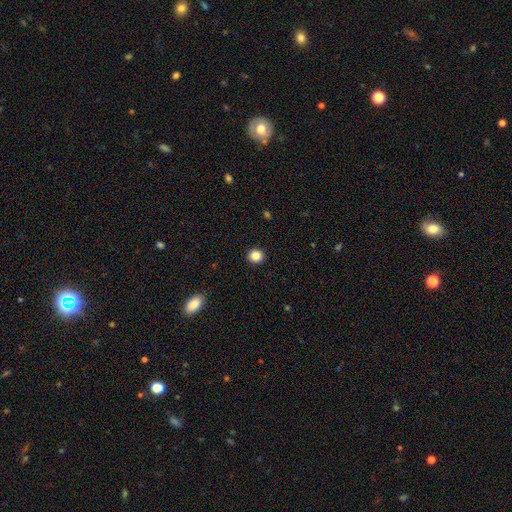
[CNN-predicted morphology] A smooth galaxy with no disk features (85%) that is round (87%).

Vote fractions:
- Smooth or featured? smooth: 85% / star or artifact: 11% / featured or disk: 4%
- How rounded? round: 87% / in between: 12% / cigar-shaped: 1%
- Merging? none: 93% / minor disturbance: 5% / major disturbance: 2% / merger: 1%